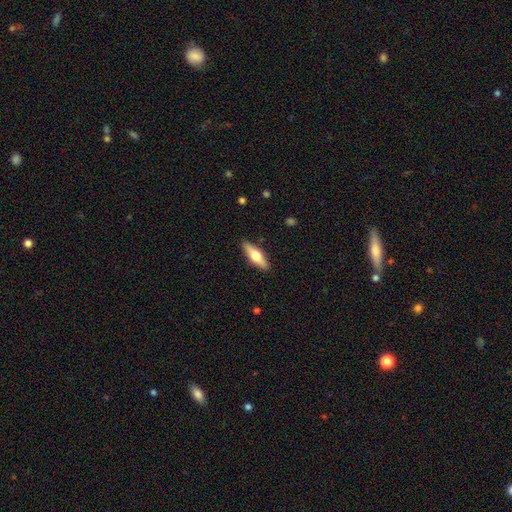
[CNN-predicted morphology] Overall: smooth (51%; featured or disk 44%). How rounded: cigar-shaped (53%; in between 45%). Merging: none (89%).